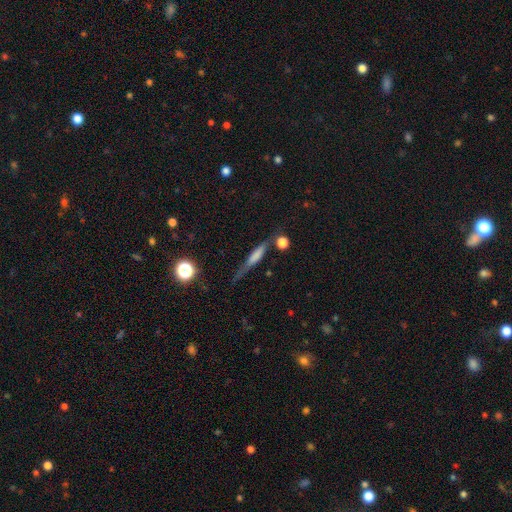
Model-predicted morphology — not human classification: A smooth galaxy with no disk features (47%).

Vote fractions:
- Smooth or featured? smooth: 47% / featured or disk: 44% / star or artifact: 9%
- Merging? none: 60% / minor disturbance: 22% / major disturbance: 10% / merger: 8%